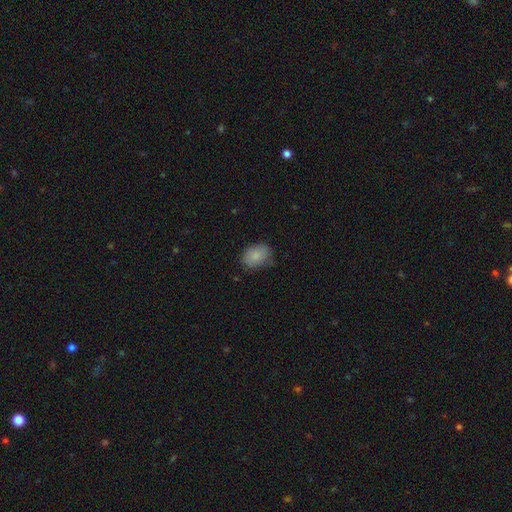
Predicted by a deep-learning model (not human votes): This is clearly a smooth galaxy (85%). How rounded: likely in between (73%). Merging: likely none (70%).